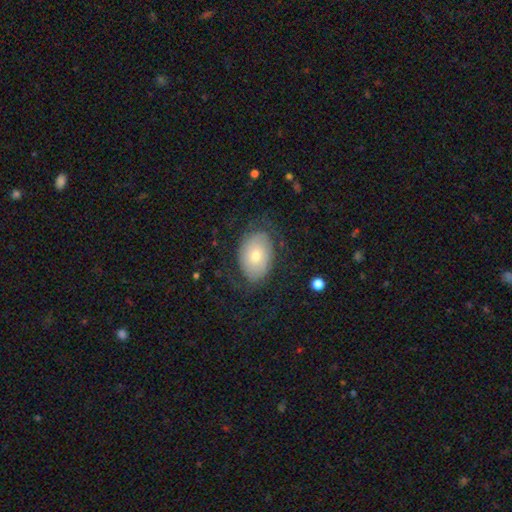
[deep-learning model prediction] Q: Smooth or featured?
A: smooth (50%); runner-up: featured or disk (42%)
Q: Merging?
A: none (68%); runner-up: minor disturbance (18%)